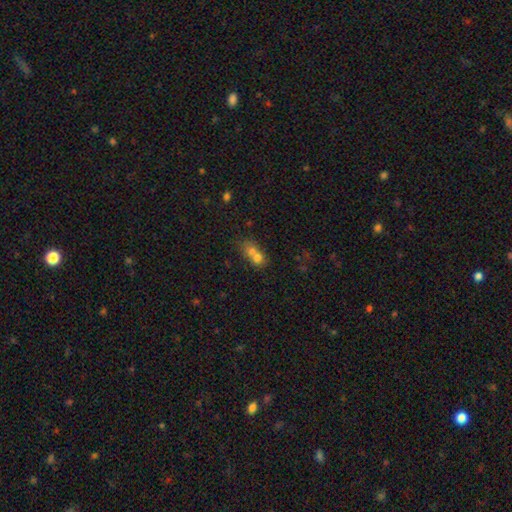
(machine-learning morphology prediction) smooth_or_featured: smooth (p=0.67) [alt: featured or disk p=0.20]
how_rounded: round (p=0.59) [alt: in between p=0.39]
merging: merger (p=0.69) [alt: none p=0.21]